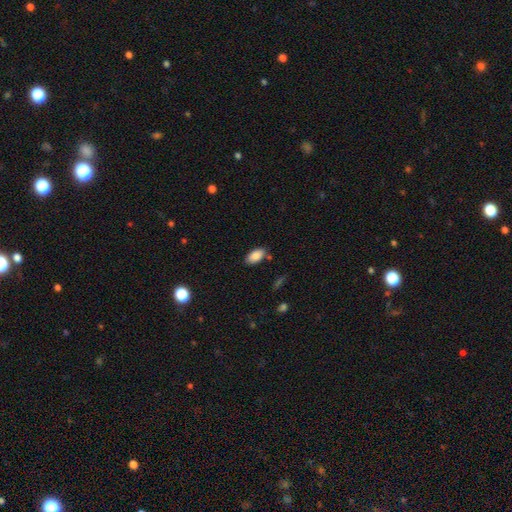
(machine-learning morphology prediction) The model was most divided on "merging": none: 81%, minor disturbance: 12%, merger: 4%, major disturbance: 3%. More confident: how rounded — in between (94%); smooth or featured — smooth (87%).